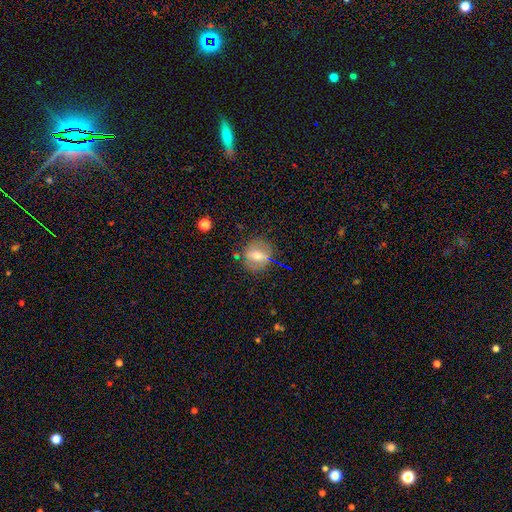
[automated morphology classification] This appears to be a smooth galaxy with no disk features (54%) that is round (70%). Merging: none (72%).